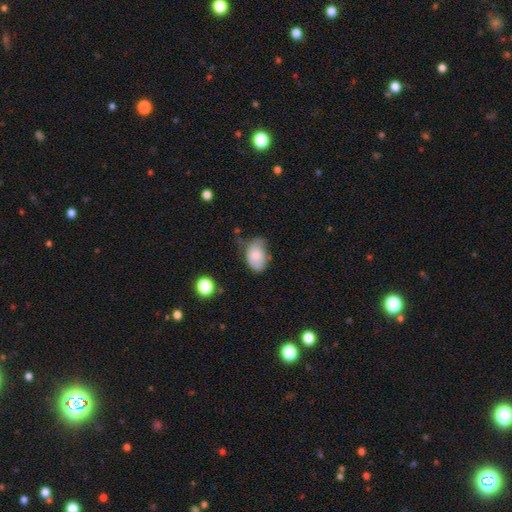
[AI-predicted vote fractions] This appears to be a smooth galaxy with no disk features (78%) that is in between round and cigar-shaped (89%). Merging: none (45%).